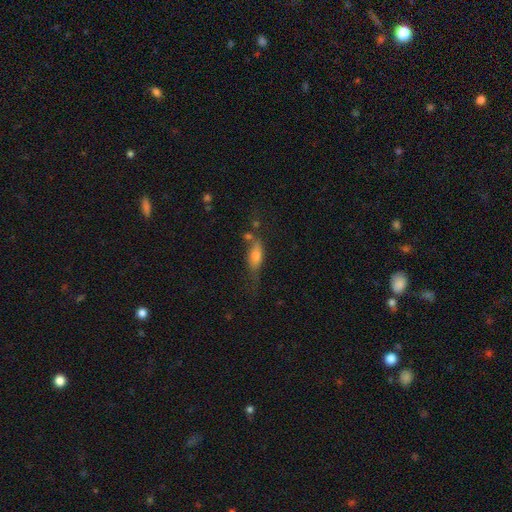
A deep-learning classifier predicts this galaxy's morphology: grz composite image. It shows a smooth galaxy with no disk features (60%) that is in between round and cigar-shaped (67%). Merging: none (43%).